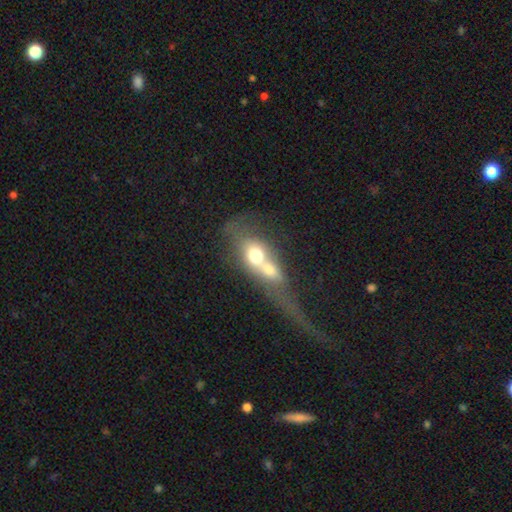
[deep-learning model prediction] smooth-or-featured: smooth: 45% | featured or disk: 44% | star or artifact: 12%
  merging: merger: 71% | major disturbance: 15% | none: 9% | minor disturbance: 5%